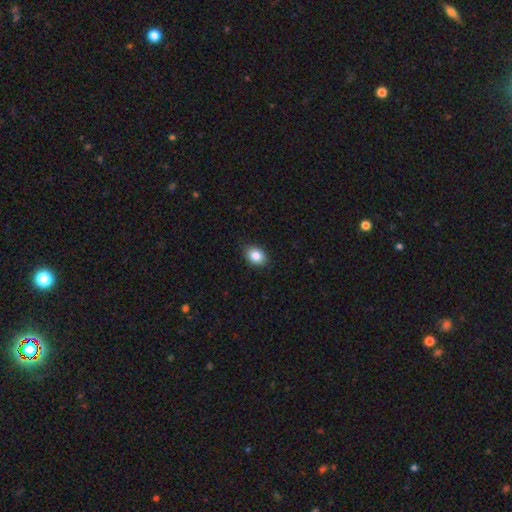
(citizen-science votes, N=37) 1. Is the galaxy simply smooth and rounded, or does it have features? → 92% smooth, 5% featured or disk, 3% star or artifact.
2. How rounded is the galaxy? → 68% in between, 32% round, 0% cigar-shaped.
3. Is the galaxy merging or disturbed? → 92% none, 6% major disturbance, 3% minor disturbance, 0% merger.